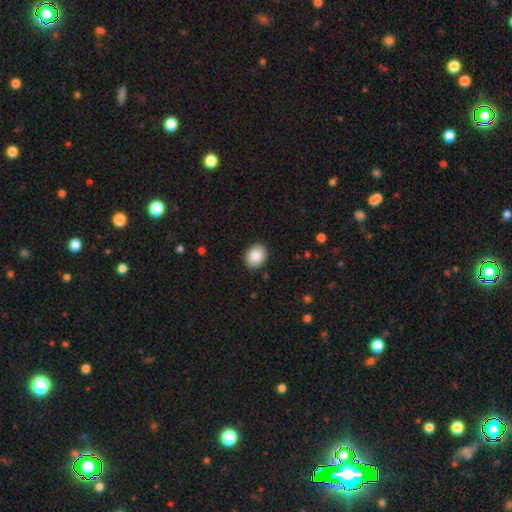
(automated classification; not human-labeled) Smooth or featured? smooth (86%)
How rounded? round (50%)
Merging? none (89%)